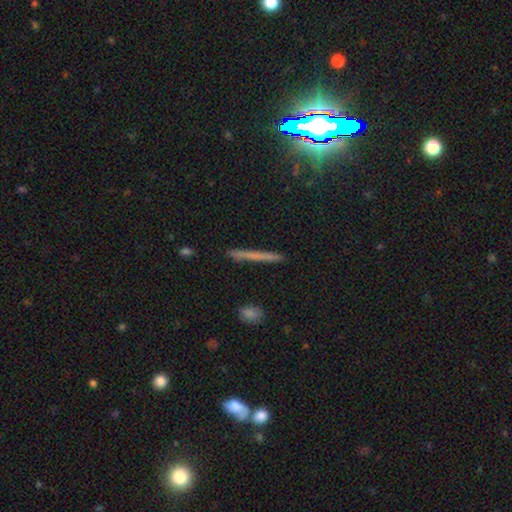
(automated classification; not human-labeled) A smooth galaxy with no disk features (53%) that is cigar-shaped (95%). Merging: none (90%).